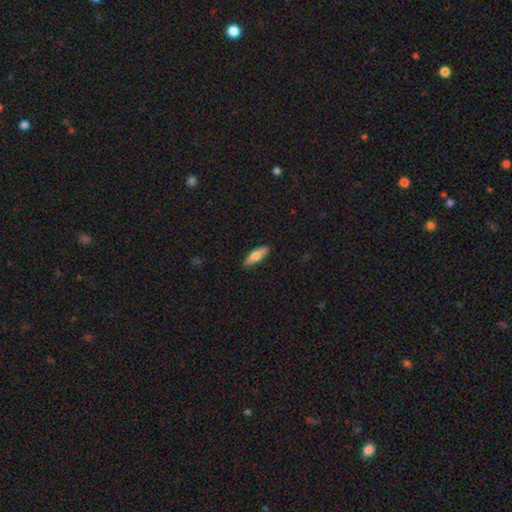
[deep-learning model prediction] Overall: smooth (68%). How rounded: cigar-shaped (57%; in between 41%). Merging: none (88%).